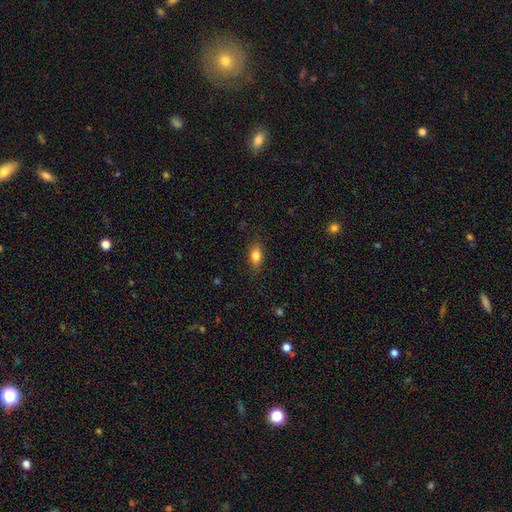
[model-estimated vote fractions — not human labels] A smooth galaxy with no disk features (81%) that is in between round and cigar-shaped (81%). Merging: none (84%).